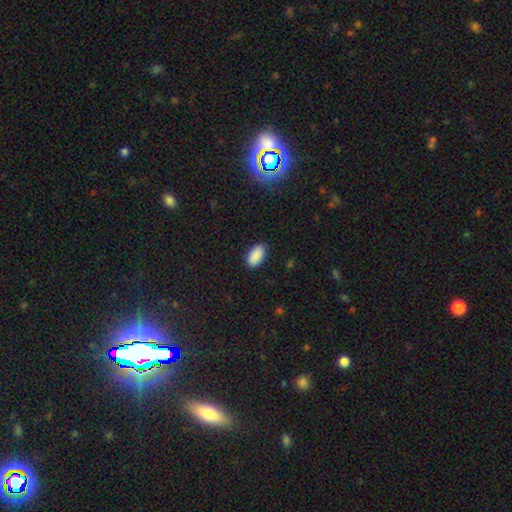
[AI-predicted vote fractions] The model was most divided on "merging": none: 87%, minor disturbance: 10%, major disturbance: 2%, merger: 1%. More confident: how rounded — in between (95%); smooth or featured — smooth (90%).